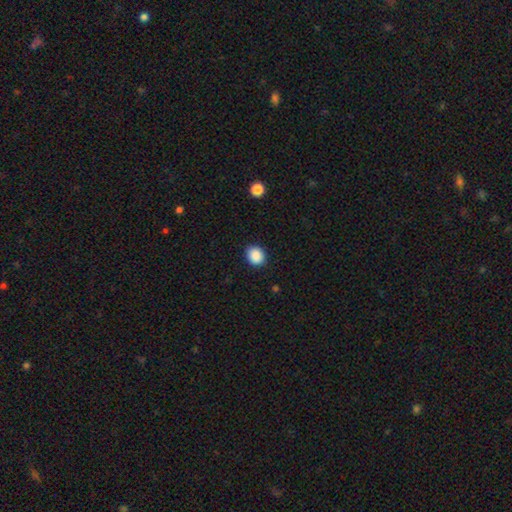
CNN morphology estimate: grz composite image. It shows a smooth galaxy with no disk features (89%) that is round (61%). Merging: none (89%).